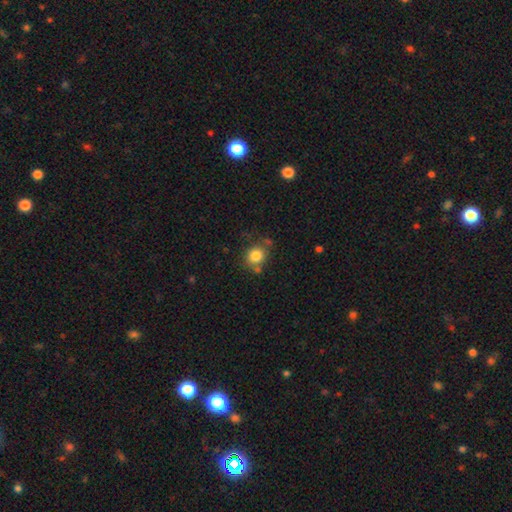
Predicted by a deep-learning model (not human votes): smooth 82%, star or artifact 10%, featured or disk 8%. Down the decision tree: how rounded — round (75%); merging — none (67%).